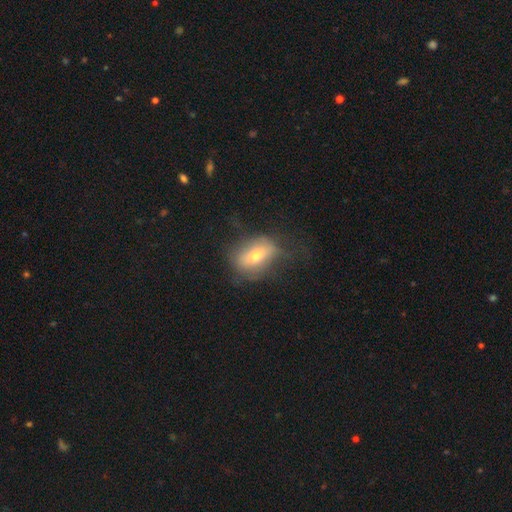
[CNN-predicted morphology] A smooth galaxy with no disk features (55%) that is in between round and cigar-shaped (75%). Merging: none (56%).